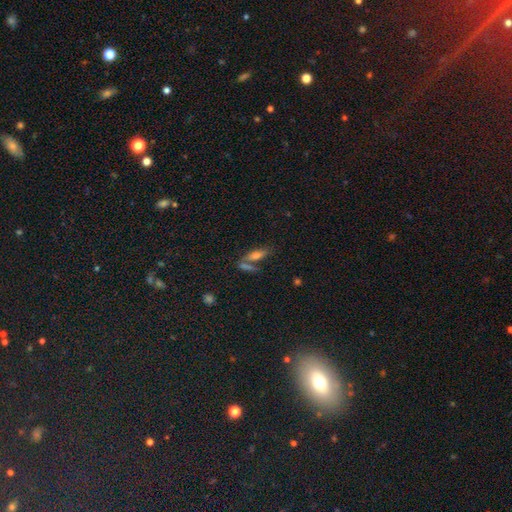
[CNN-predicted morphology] This is possibly a smooth galaxy (59%). How rounded: possibly cigar-shaped (50%). Merging: possibly none (54%).